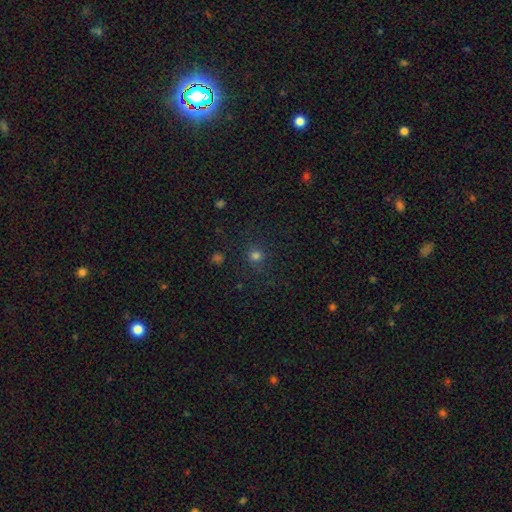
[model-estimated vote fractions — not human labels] Smooth or featured? smooth (74%)
How rounded? round (88%)
Merging? none (84%)